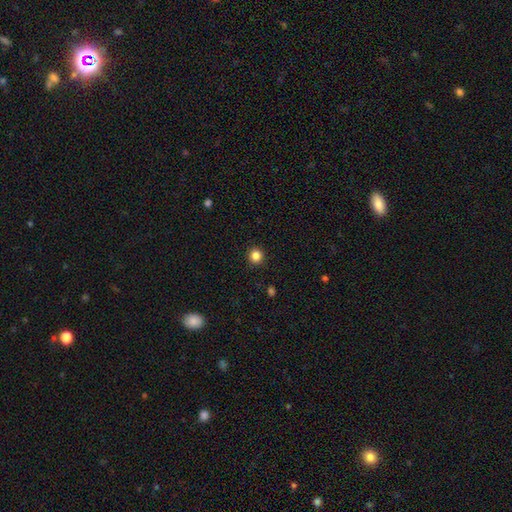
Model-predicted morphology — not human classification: Smooth or featured: smooth — 85% (star or artifact — 11%)
How rounded: round — 93% (in between — 6%)
Merging: none — 93% (minor disturbance — 5%)